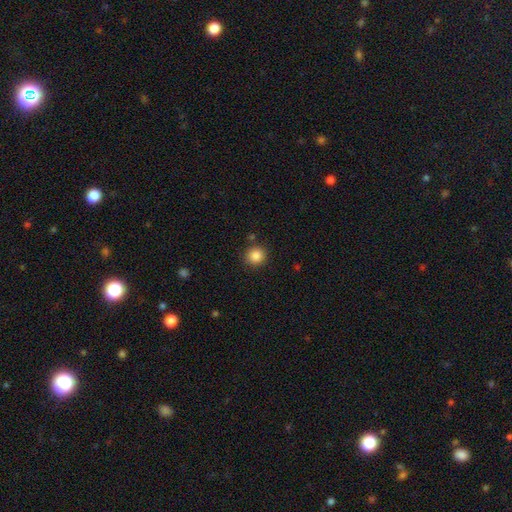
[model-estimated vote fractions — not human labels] smooth 86%, star or artifact 10%, featured or disk 4%. Down the decision tree: how rounded — round (91%); merging — none (87%).